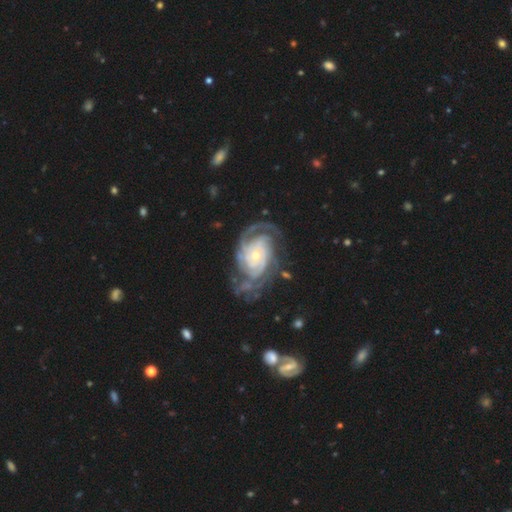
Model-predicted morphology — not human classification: The model was most divided on "spiral arm count": 3: 26%, 2: 21%, 4: 19%, can't tell: 19%, more than 4: 8%, 1: 7%. More confident: spiral arms — yes (98%); edge-on disk — no (97%); smooth or featured — featured or disk (92%); bar — no (73%); spiral winding — tight (72%); merging — none (65%); bulge size — small (55%).